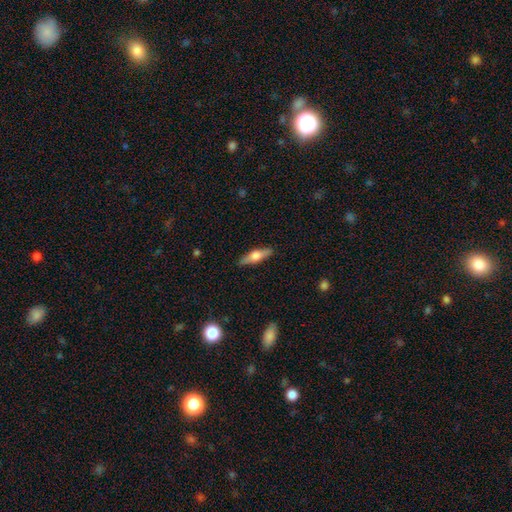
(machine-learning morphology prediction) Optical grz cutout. It shows a featured or disk galaxy (51%) viewed edge-on (93%). Merging: none (89%).